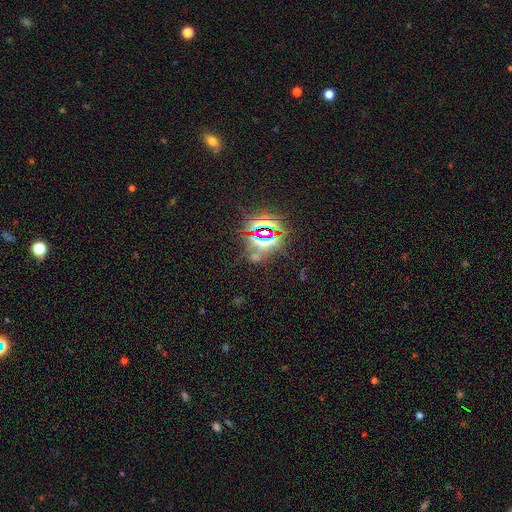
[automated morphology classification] Overall: star or artifact (83%).